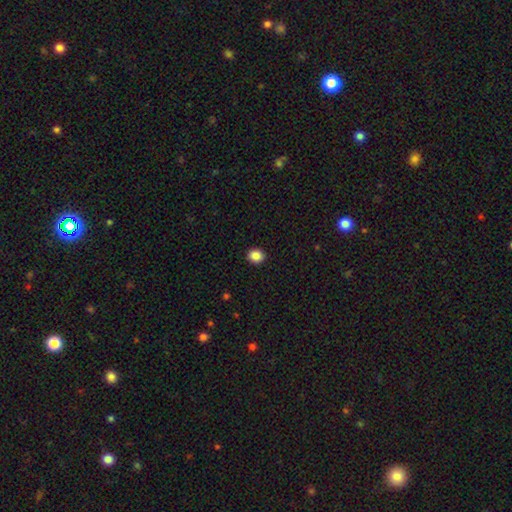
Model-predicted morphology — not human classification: This is clearly a smooth galaxy (87%). How rounded: likely round (73%). Merging: clearly none (92%).